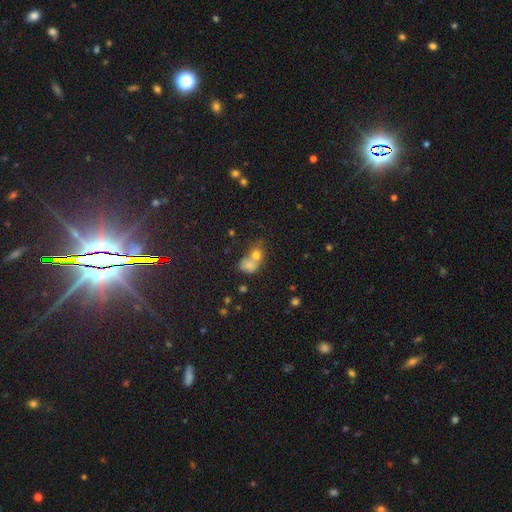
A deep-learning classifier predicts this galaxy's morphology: smooth_or_featured: smooth (p=0.58) [alt: star or artifact p=0.23]
how_rounded: round (p=0.59) [alt: in between p=0.39]
merging: merger (p=0.65) [alt: none p=0.24]